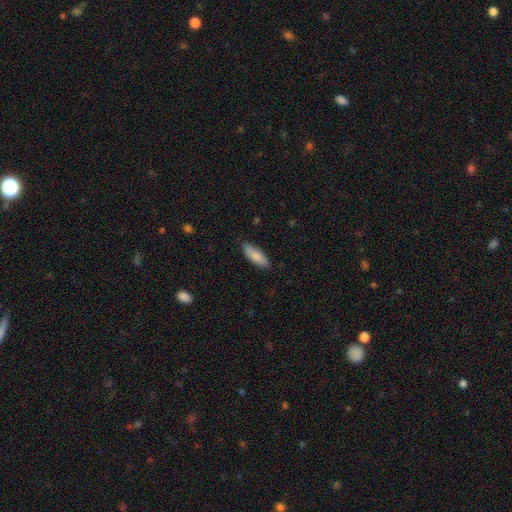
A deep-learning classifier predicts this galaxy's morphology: This is clearly a smooth galaxy (85%). How rounded: likely in between (61%). Merging: clearly none (84%).